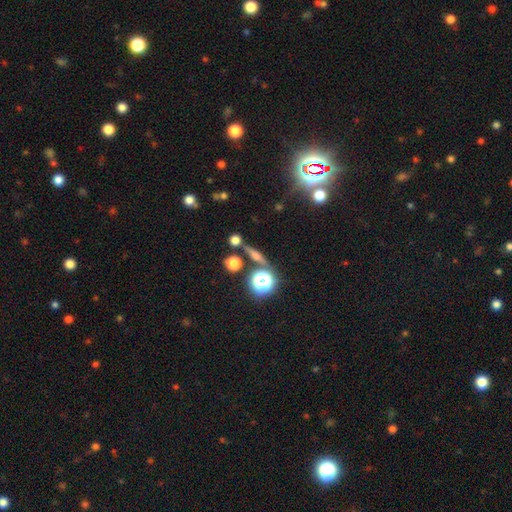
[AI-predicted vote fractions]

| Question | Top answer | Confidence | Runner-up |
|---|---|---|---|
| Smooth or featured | featured or disk | 41% | smooth (32%) |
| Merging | none | 80% | minor disturbance (9%) |